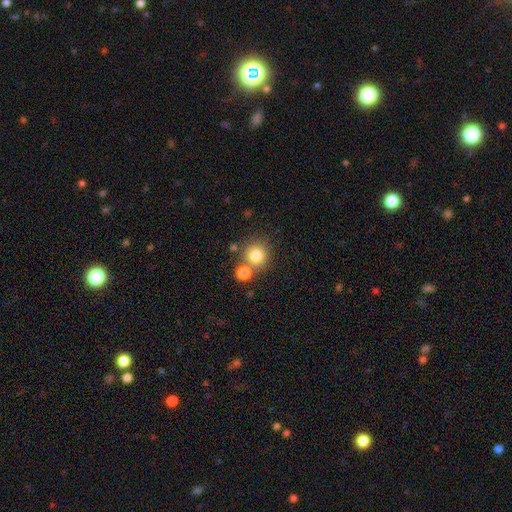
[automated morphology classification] smooth 80%, star or artifact 12%, featured or disk 9%. Down the decision tree: how rounded — round (92%); merging — none (66%).